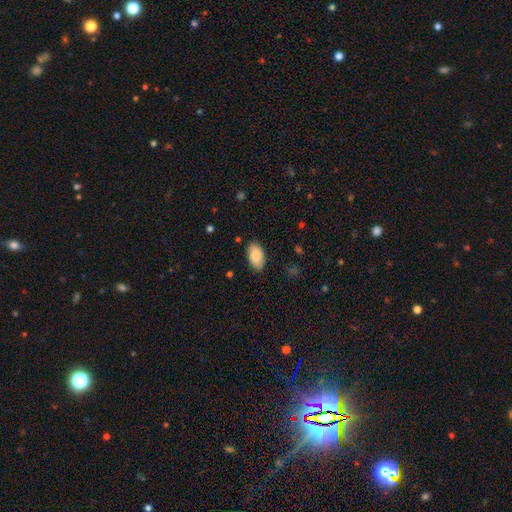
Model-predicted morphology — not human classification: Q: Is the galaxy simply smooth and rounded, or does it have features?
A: smooth — 83%.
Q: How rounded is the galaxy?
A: in between — 94%.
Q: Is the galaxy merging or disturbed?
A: none — 86%.